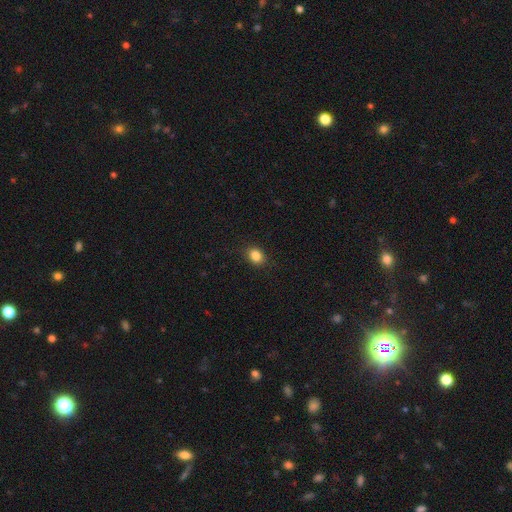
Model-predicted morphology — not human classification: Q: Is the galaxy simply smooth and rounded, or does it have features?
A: smooth — 86%.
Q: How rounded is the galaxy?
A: in between — 52%.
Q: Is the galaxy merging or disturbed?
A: none — 87%.